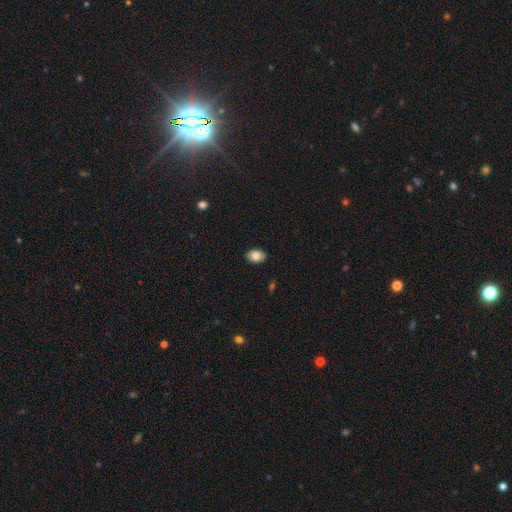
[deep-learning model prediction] smooth_or_featured: smooth (p=0.82) [alt: featured or disk p=0.11]
how_rounded: in between (p=0.80) [alt: round p=0.19]
merging: none (p=0.89) [alt: minor disturbance p=0.08]